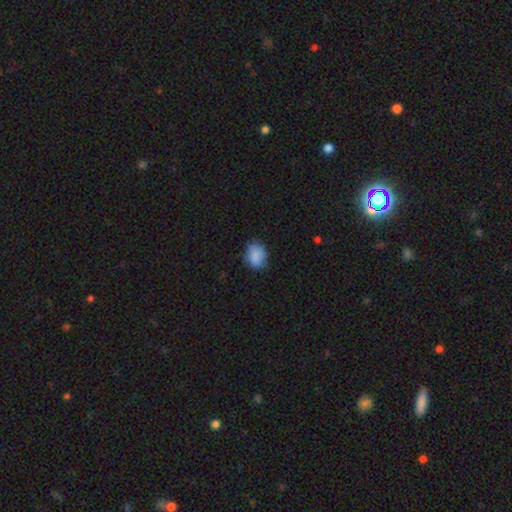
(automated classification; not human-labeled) This is clearly a smooth galaxy (84%). How rounded: likely in between (61%). Merging: likely none (71%).